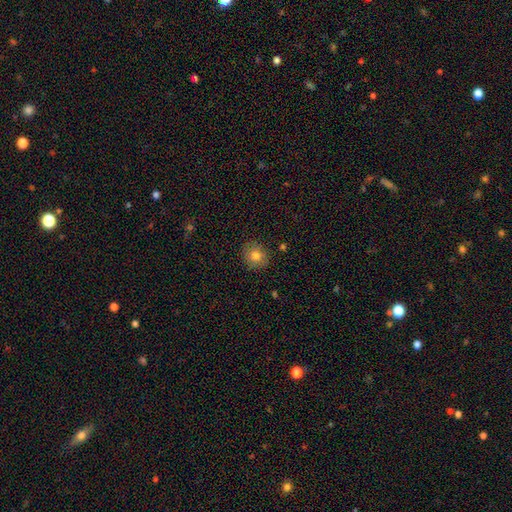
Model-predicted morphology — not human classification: This is likely a smooth galaxy (80%). How rounded: likely round (75%). Merging: clearly none (87%).